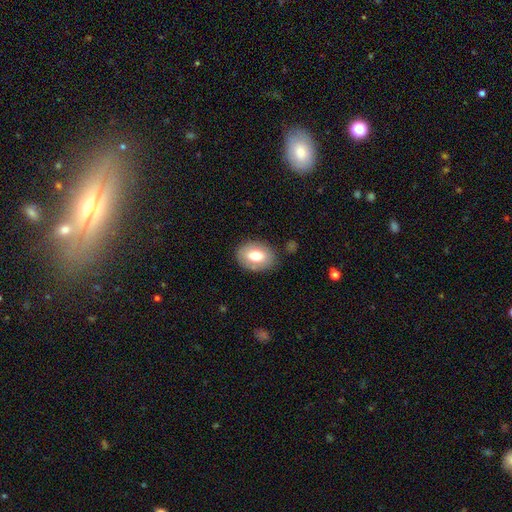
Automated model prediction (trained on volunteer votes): smooth 70%, featured or disk 22%, star or artifact 7%. Down the decision tree: how rounded — in between (77%); merging — none (82%).